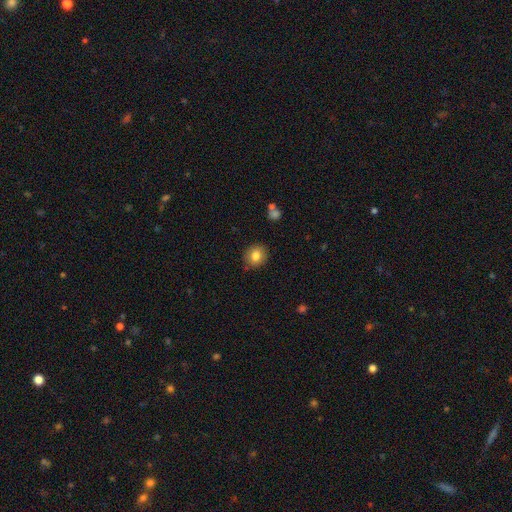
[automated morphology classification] Smooth or featured: smooth — 82% (star or artifact — 9%)
How rounded: round — 78% (in between — 21%)
Merging: none — 86% (minor disturbance — 10%)